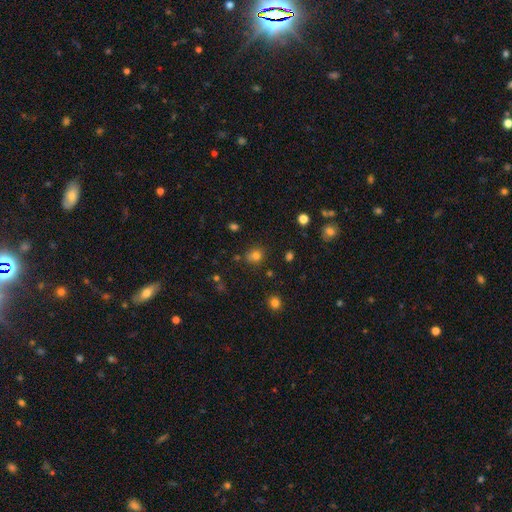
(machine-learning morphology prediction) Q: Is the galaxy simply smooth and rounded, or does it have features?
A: smooth — 77%.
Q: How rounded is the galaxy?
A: round — 80%.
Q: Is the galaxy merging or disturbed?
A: none — 78%.